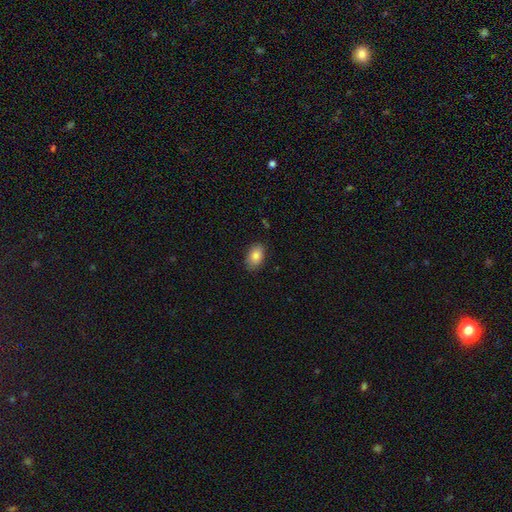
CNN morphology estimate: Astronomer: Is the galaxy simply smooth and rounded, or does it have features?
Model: smooth — 85%.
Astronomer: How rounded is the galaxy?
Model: in between — 88%.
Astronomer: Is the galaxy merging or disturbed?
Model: none — 84%.